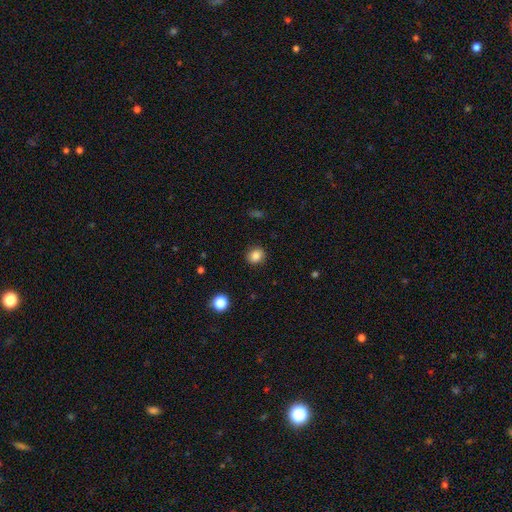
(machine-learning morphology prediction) The model was most divided on "how rounded": round: 72%, in between: 27%, cigar-shaped: 1%. More confident: merging — none (89%); smooth or featured — smooth (84%).